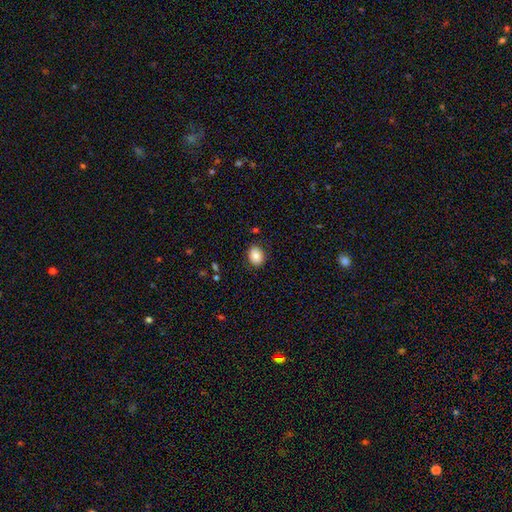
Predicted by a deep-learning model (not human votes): A smooth galaxy with no disk features (83%) that is in between round and cigar-shaped (58%). Merging: none (85%).